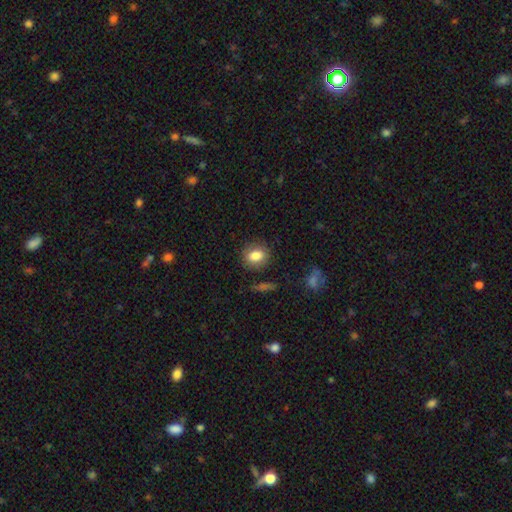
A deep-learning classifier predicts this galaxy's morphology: Smooth or featured?
  - smooth: 83% *
  - featured or disk: 9%
  - star or artifact: 9%
How rounded?
  - in between: 50% *
  - round: 49%
  - cigar-shaped: 2%
Merging?
  - none: 82% *
  - minor disturbance: 13%
  - major disturbance: 4%
  - merger: 2%